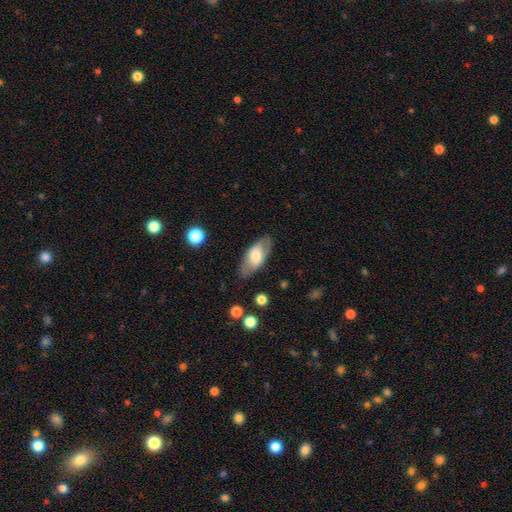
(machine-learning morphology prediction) Smooth or featured?
  - smooth: 60% *
  - featured or disk: 34%
  - star or artifact: 6%
How rounded?
  - in between: 86% *
  - cigar-shaped: 12%
  - round: 3%
Merging?
  - none: 80% *
  - minor disturbance: 14%
  - major disturbance: 4%
  - merger: 1%